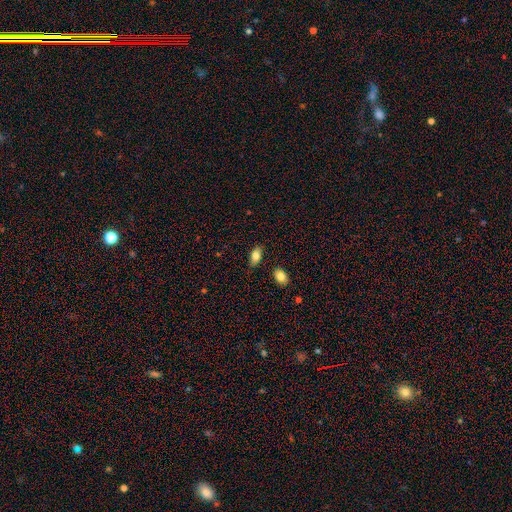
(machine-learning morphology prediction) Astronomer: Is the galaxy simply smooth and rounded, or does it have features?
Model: smooth — 80%.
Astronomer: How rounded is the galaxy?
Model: in between — 89%.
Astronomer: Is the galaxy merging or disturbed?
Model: none — 81%.